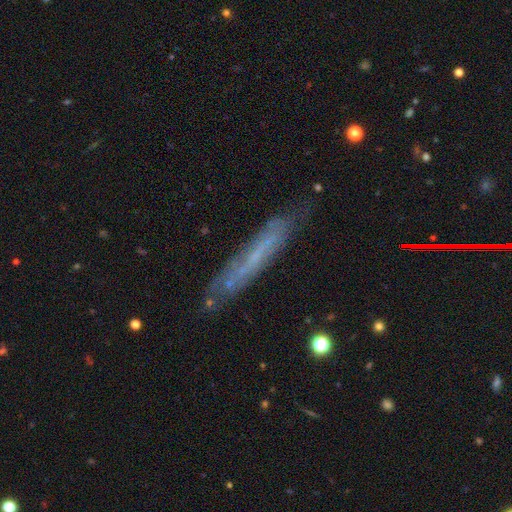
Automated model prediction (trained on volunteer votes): A featured or disk galaxy (56%) viewed edge-on (71%).

Vote fractions:
- Smooth or featured? featured or disk: 56% / smooth: 34% / star or artifact: 10%
- Edge-on disk? yes: 71% / no: 29%
- Merging? none: 76% / minor disturbance: 17% / major disturbance: 4% / merger: 2%